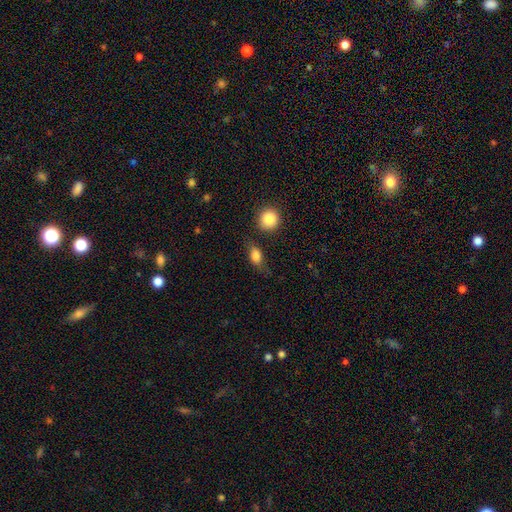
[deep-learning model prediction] smooth_or_featured: smooth (p=0.79) [alt: featured or disk p=0.12]
how_rounded: in between (p=0.72) [alt: round p=0.22]
merging: none (p=0.57) [alt: minor disturbance p=0.25]